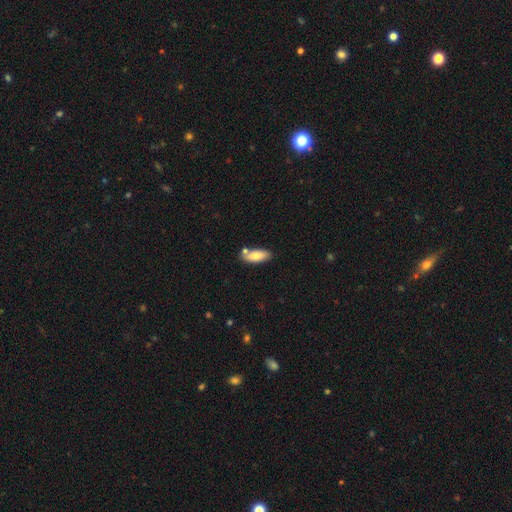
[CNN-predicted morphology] Smooth or featured? Predicted: smooth (p=0.78). How rounded? Predicted: in between (p=0.75). Merging? Predicted: none (p=0.72).